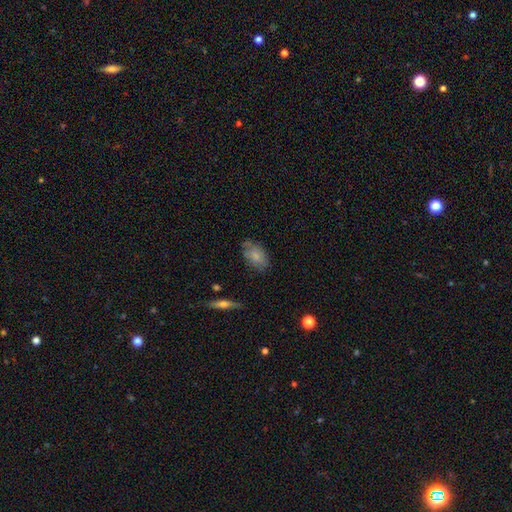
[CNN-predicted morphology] Q: Smooth or featured?
A: smooth (75%); runner-up: featured or disk (18%)
Q: How rounded?
A: in between (91%); runner-up: round (7%)
Q: Merging?
A: none (66%); runner-up: minor disturbance (25%)